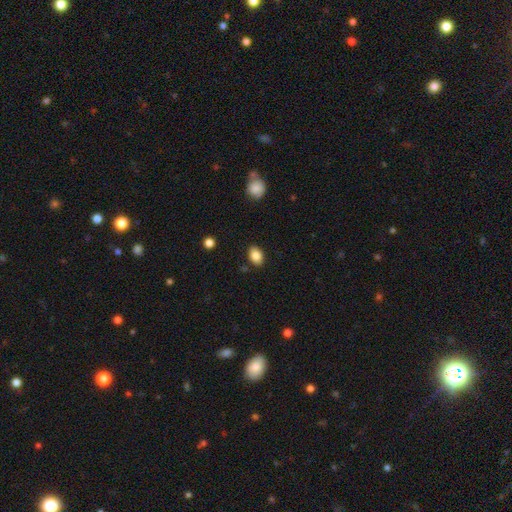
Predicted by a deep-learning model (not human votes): Overall: smooth (86%). How rounded: in between (82%). Merging: none (86%).